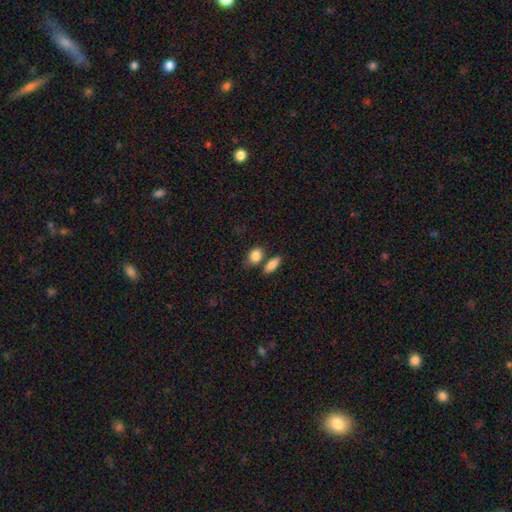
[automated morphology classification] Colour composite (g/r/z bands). It shows a smooth galaxy with no disk features (86%) that is in between round and cigar-shaped (68%). Merging: none (58%).